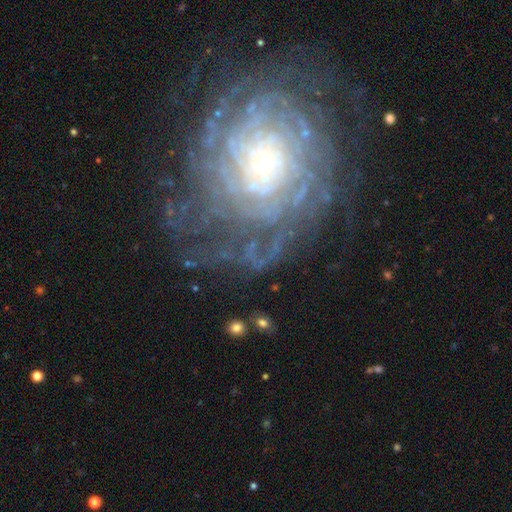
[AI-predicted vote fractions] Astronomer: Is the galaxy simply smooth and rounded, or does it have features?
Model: featured or disk — 85%.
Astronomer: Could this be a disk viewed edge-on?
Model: no — 97%.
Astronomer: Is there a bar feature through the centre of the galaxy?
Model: no — 79%.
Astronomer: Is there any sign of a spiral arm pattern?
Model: yes — 95%.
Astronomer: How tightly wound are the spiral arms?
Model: tight — 80%.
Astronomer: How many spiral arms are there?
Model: can't tell — 33% (runner-up: more than 4, 29%).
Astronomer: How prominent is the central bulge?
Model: small — 79%.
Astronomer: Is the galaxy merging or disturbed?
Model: none — 73%.